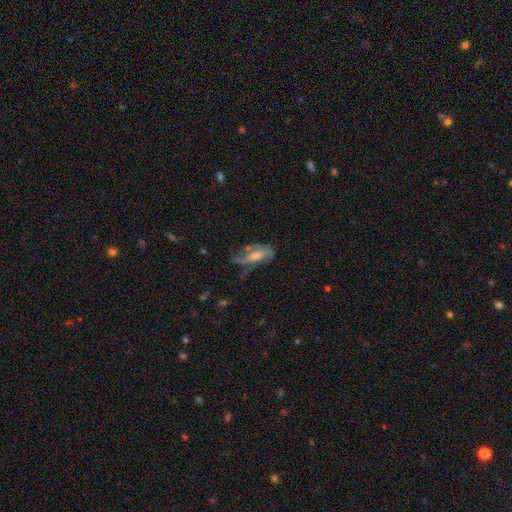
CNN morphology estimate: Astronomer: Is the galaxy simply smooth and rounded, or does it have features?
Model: featured or disk — 62%.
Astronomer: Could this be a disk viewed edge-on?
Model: no — 80%.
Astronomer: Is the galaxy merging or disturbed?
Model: none — 42% (runner-up: major disturbance, 28%).